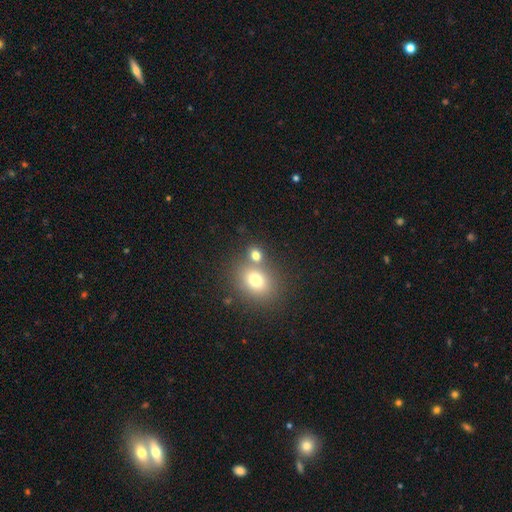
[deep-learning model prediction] Overall: smooth (75%). How rounded: round (53%; in between 45%). Merging: none (53%; merger 33%).